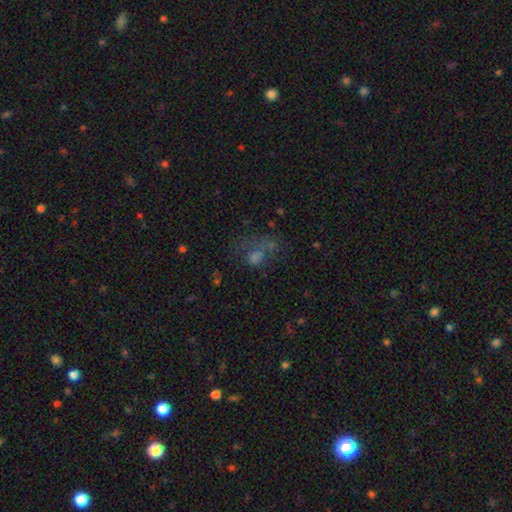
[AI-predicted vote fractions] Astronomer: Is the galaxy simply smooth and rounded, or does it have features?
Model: smooth — 44% (runner-up: star or artifact, 31%).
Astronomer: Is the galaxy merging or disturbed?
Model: major disturbance — 36% (runner-up: none, 35%).